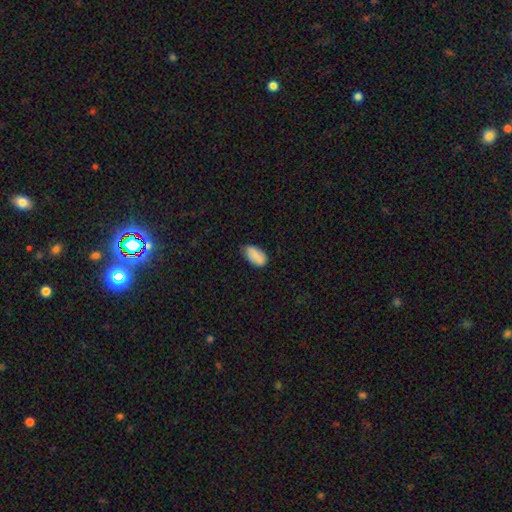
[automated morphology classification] smooth 79%, featured or disk 14%, star or artifact 7%. Down the decision tree: how rounded — in between (94%); merging — none (64%).